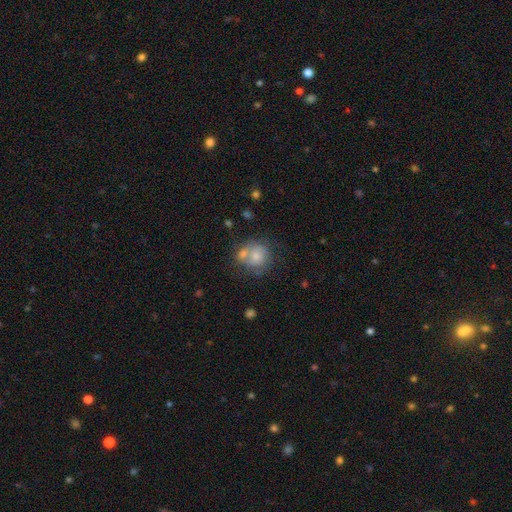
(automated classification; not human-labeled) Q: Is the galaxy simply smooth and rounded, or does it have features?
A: smooth — 71%.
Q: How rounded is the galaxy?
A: round — 80%.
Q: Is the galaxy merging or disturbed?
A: merger — 44%.